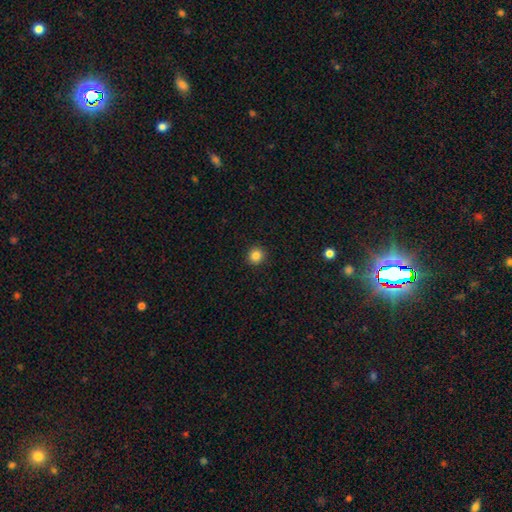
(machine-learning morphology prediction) This is clearly a smooth galaxy (85%). How rounded: clearly round (91%). Merging: clearly none (92%).